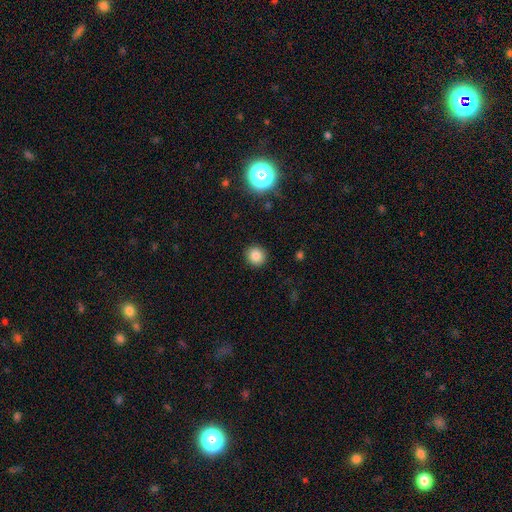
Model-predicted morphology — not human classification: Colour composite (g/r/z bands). It shows a smooth galaxy with no disk features (83%) that is round (91%). Merging: none (91%).